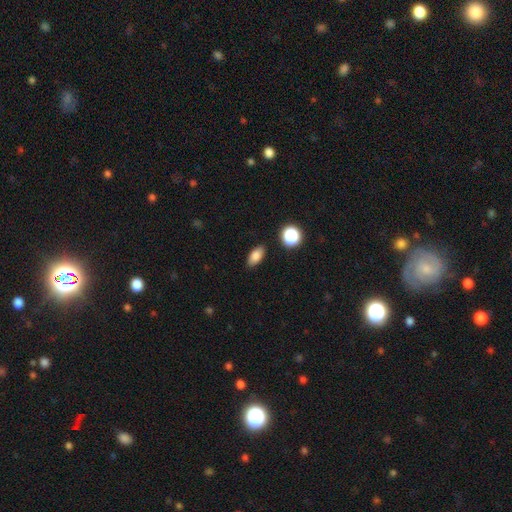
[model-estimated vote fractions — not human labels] Smooth or featured? Predicted: smooth (p=0.83). How rounded? Predicted: in between (p=0.87). Merging? Predicted: none (p=0.88).